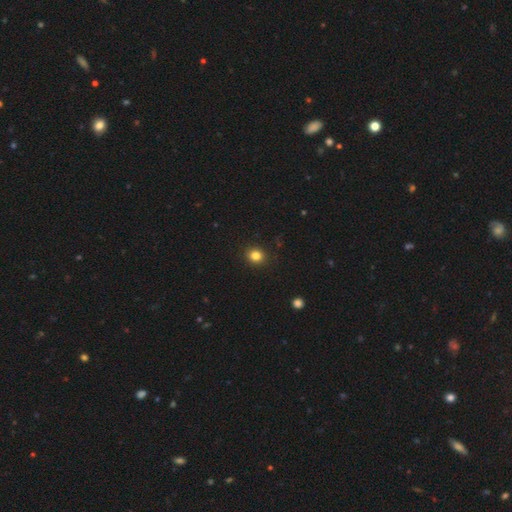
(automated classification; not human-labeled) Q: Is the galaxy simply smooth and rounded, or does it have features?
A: smooth — 83%.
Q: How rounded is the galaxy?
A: round — 81%.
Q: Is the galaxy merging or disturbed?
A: none — 91%.